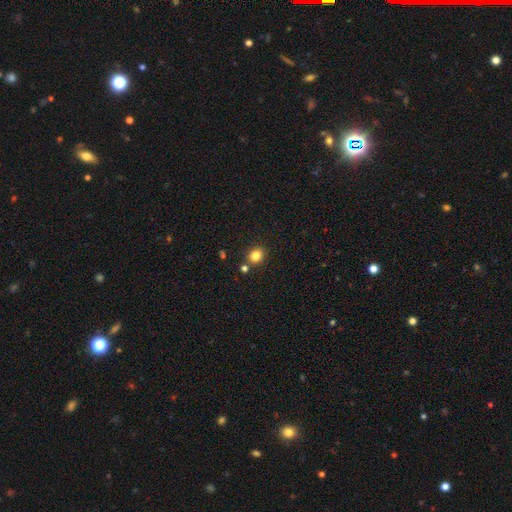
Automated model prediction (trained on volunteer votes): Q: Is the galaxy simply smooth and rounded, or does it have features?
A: smooth — 83%.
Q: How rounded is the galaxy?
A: round — 65%.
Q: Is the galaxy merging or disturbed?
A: none — 82%.